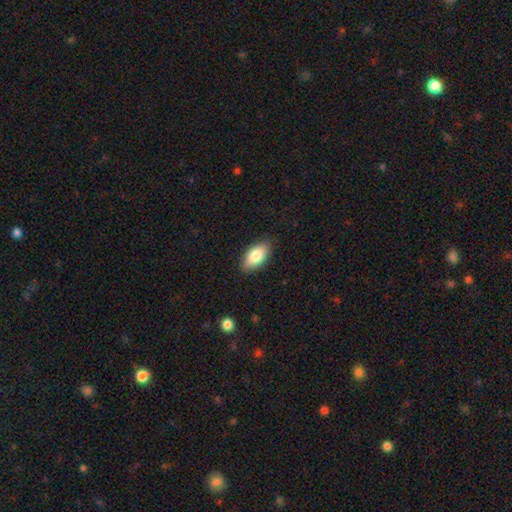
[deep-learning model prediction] A smooth galaxy with no disk features (82%) that is in between round and cigar-shaped (92%). Merging: none (87%).